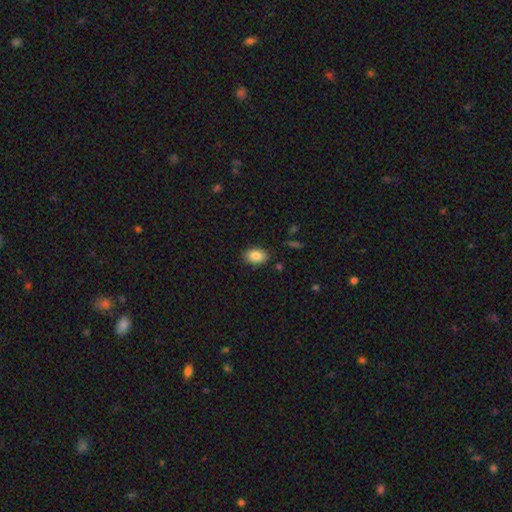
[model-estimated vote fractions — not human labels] Smooth or featured? smooth (85%)
How rounded? in between (85%)
Merging? none (86%)